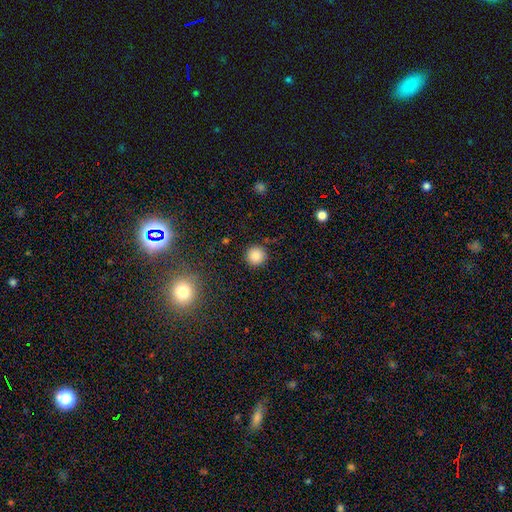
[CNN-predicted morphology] A smooth galaxy with no disk features (85%) that is round (95%). Merging: none (90%).